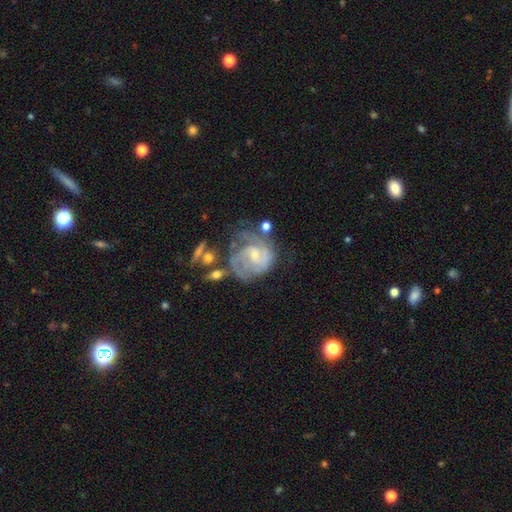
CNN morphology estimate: Smooth or featured? featured or disk (78%)
Edge-on disk? no (98%)
Bar? no (51%)
Spiral arms? yes (88%)
Spiral winding? tight (52%)
Spiral arm count? 2 (36%)
Bulge size? small (54%)
Merging? none (46%)